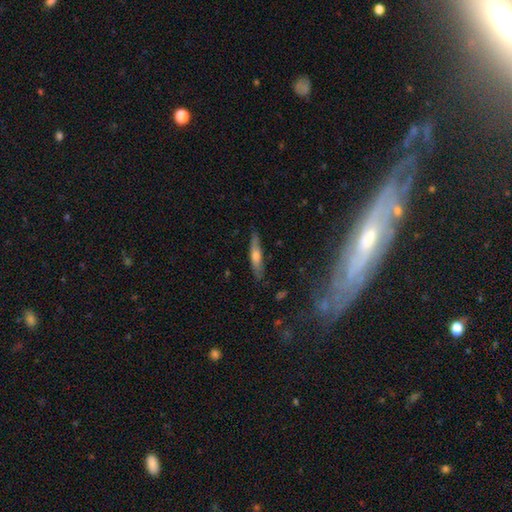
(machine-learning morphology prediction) This is possibly a smooth galaxy (51%). How rounded: clearly cigar-shaped (86%). Merging: clearly none (85%).